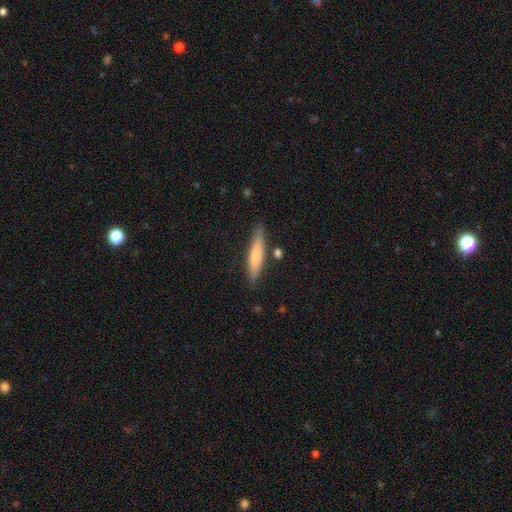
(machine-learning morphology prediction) The model was most divided on "smooth or featured": smooth: 72%, featured or disk: 22%, star or artifact: 6%. More confident: how rounded — cigar-shaped (84%); merging — none (82%).